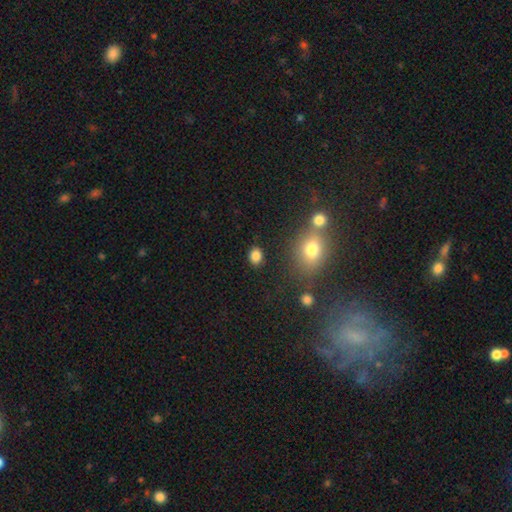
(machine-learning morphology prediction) smooth_or_featured: smooth (p=0.83) [alt: star or artifact p=0.11]
how_rounded: in between (p=0.54) [alt: round p=0.44]
merging: none (p=0.85) [alt: minor disturbance p=0.09]